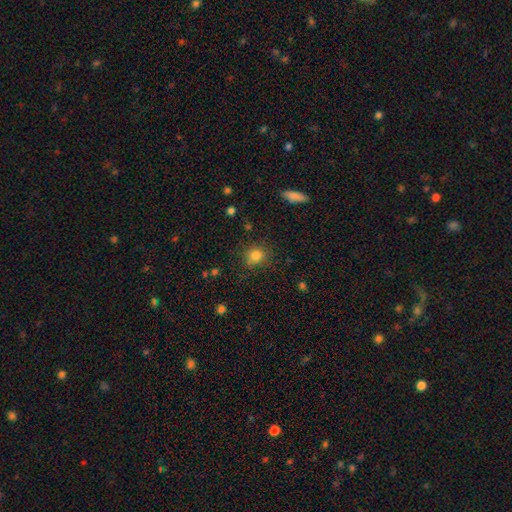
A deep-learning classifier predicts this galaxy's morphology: The model was most divided on "how rounded": round: 78%, in between: 21%, cigar-shaped: 1%. More confident: smooth or featured — smooth (81%); merging — none (80%).